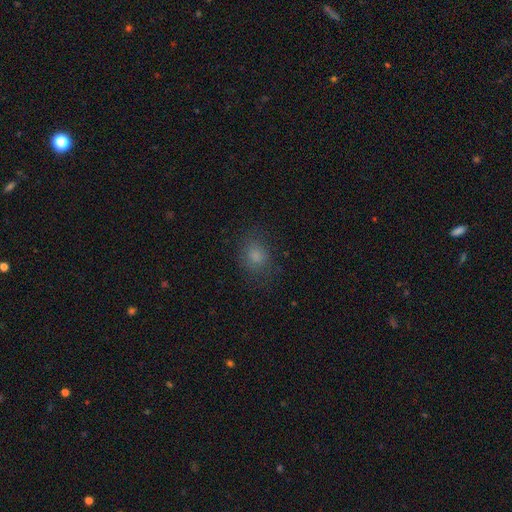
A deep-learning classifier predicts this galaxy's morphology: Overall: smooth (77%). How rounded: round (56%; in between 43%). Merging: none (76%).